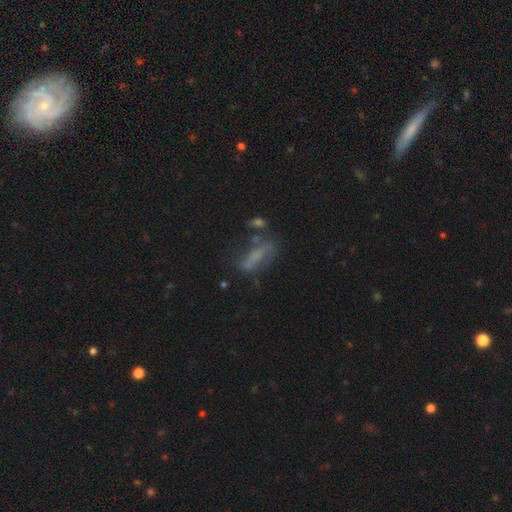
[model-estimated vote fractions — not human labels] featured or disk 44%, smooth 38%, star or artifact 17%. Down the decision tree: merging — none (44%).